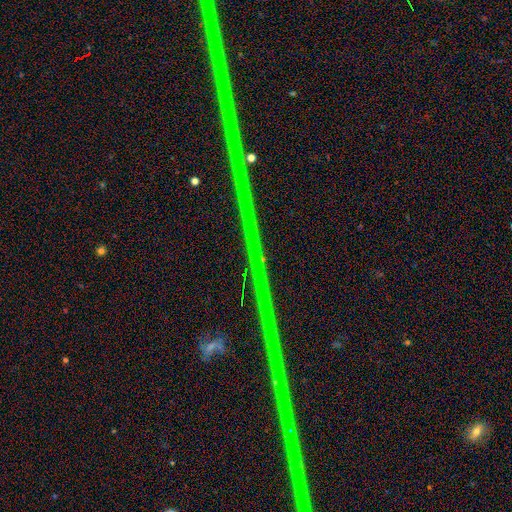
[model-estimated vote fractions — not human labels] Morphology: type=star or artifact (88%).